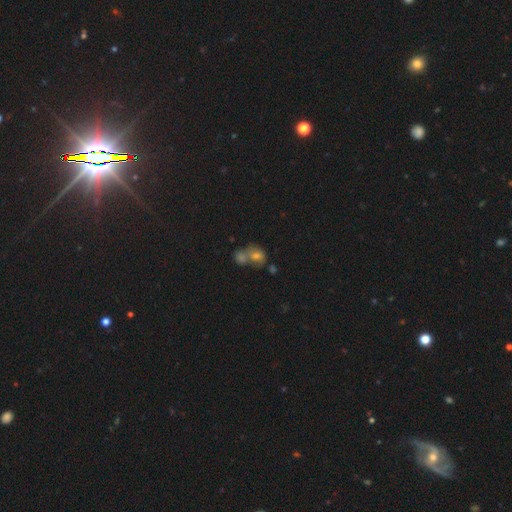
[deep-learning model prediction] Morphology: type=smooth (59%); roundness=round (59%); merging=merger (58%).